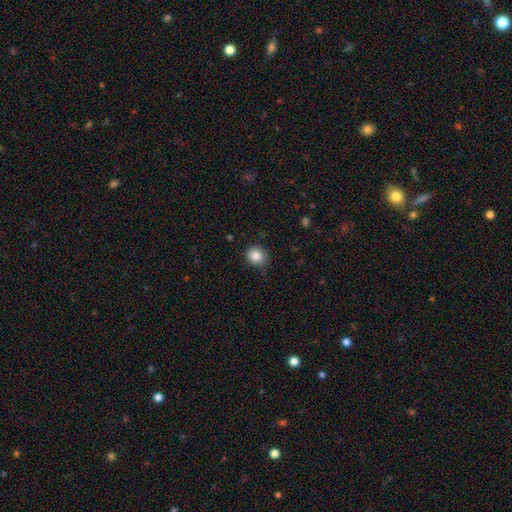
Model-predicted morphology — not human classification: A smooth galaxy with no disk features (86%) that is round (79%).

Vote fractions:
- Smooth or featured? smooth: 86% / star or artifact: 10% / featured or disk: 5%
- How rounded? round: 79% / in between: 20% / cigar-shaped: 1%
- Merging? none: 83% / minor disturbance: 13% / major disturbance: 3% / merger: 1%